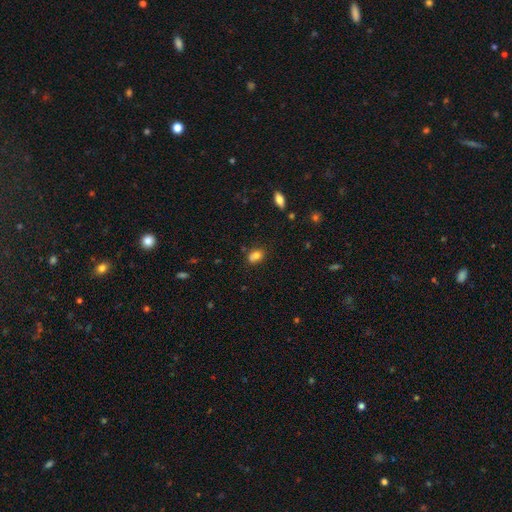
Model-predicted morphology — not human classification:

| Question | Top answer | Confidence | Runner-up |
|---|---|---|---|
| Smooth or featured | smooth | 75% | featured or disk (13%) |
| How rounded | in between | 61% | round (37%) |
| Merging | none | 49% | merger (30%) |